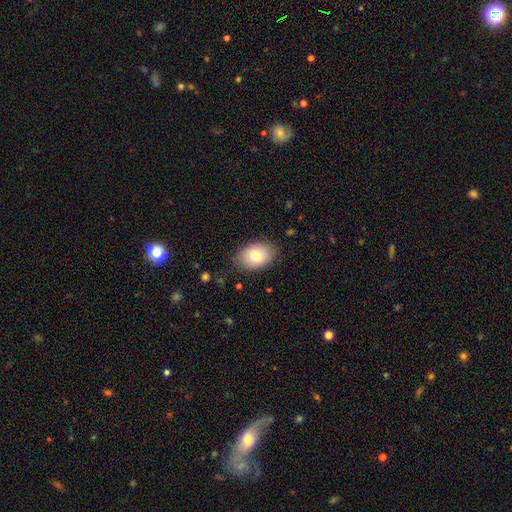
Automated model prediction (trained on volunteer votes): This appears to be a smooth galaxy with no disk features (79%) that is in between round and cigar-shaped (82%). Merging: none (83%).